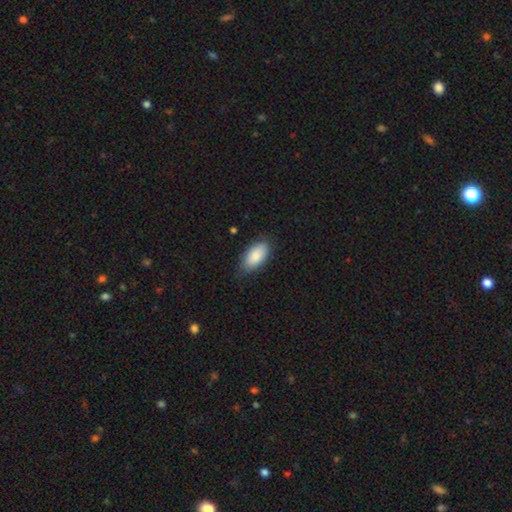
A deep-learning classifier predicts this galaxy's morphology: type=smooth (86%); roundness=in between (94%); merging=none (77%).